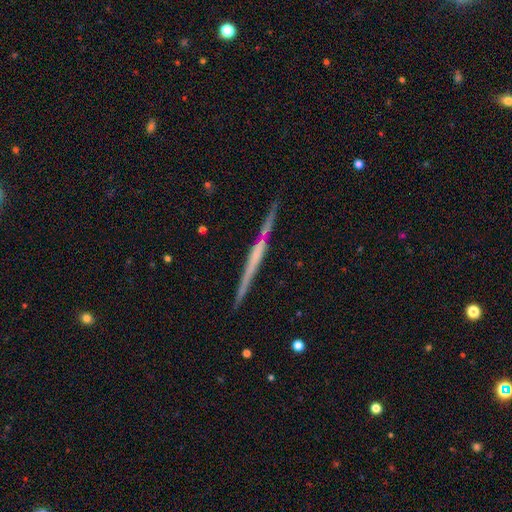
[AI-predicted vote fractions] smooth_or_featured: featured or disk (p=0.71) [alt: smooth p=0.23]
disk_edge_on: yes (p=0.98) [alt: no p=0.02]
edge_on_bulge: none (p=0.74) [alt: rounded p=0.16]
merging: none (p=0.87) [alt: minor disturbance p=0.09]